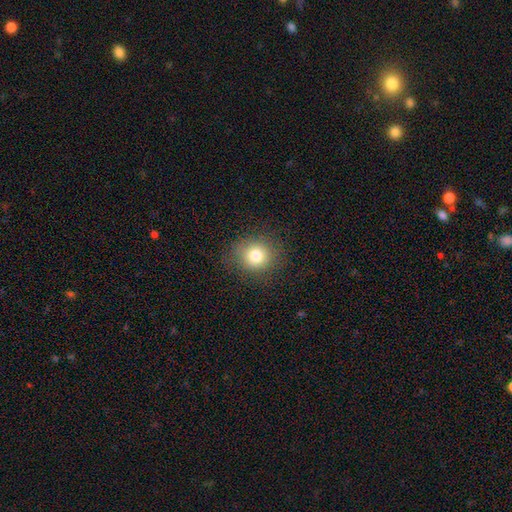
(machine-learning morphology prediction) Smooth or featured? Predicted: smooth (p=0.79). How rounded? Predicted: round (p=0.82). Merging? Predicted: none (p=0.85).